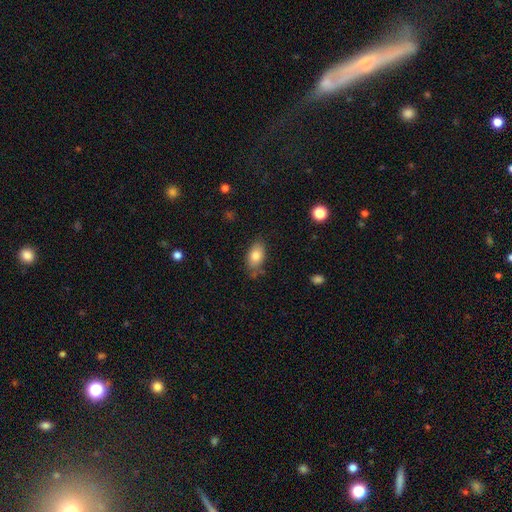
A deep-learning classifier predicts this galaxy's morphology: smooth-or-featured: smooth: 81% | featured or disk: 12% | star or artifact: 8%
  how-rounded: in between: 90% | round: 7% | cigar-shaped: 3%
  merging: none: 74% | minor disturbance: 19% | major disturbance: 4% | merger: 4%